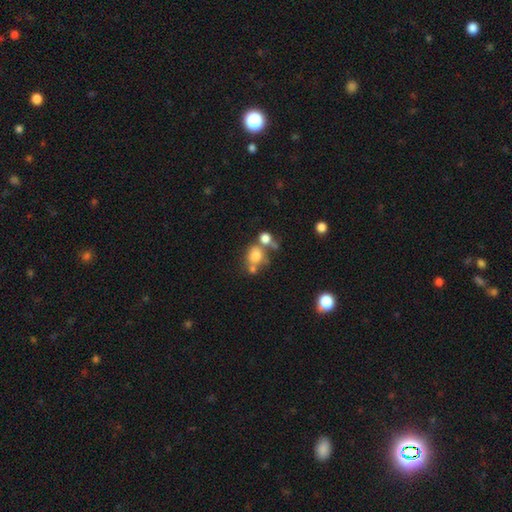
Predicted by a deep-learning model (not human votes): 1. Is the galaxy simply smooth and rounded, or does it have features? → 73% smooth, 14% star or artifact, 13% featured or disk.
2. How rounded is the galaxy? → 66% round, 33% in between, 1% cigar-shaped.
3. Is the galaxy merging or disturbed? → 42% none, 36% merger, 13% minor disturbance, 9% major disturbance.